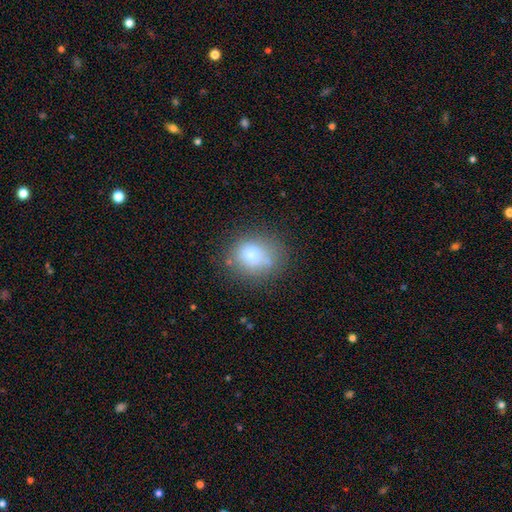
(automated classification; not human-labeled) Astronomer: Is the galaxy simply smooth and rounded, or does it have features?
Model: smooth — 73%.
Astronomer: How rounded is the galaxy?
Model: round — 70%.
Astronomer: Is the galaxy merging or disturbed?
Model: none — 66%.